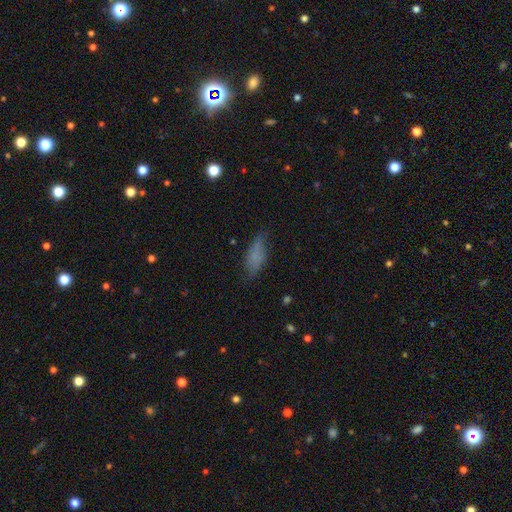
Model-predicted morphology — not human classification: This is likely a smooth galaxy (71%). How rounded: likely in between (65%). Merging: likely none (64%).